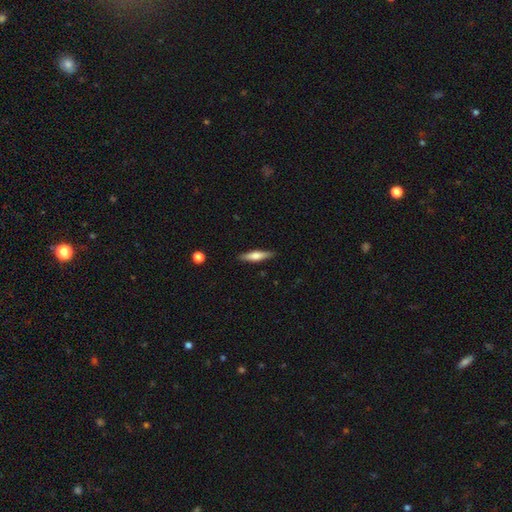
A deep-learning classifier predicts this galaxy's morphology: Smooth or featured? Predicted: smooth (p=0.51). How rounded? Predicted: cigar-shaped (p=0.78). Merging? Predicted: none (p=0.89).